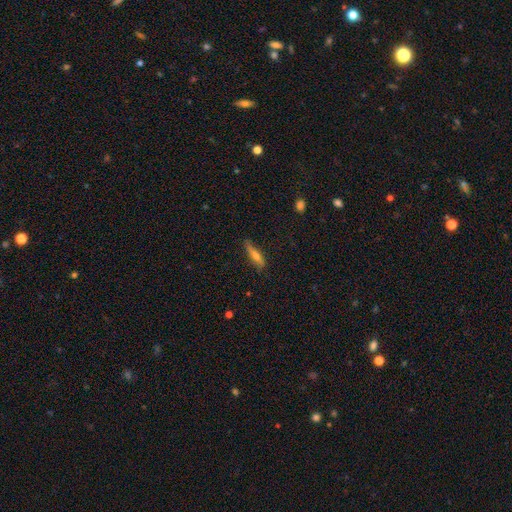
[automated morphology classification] Smooth or featured? smooth (51%)
How rounded? cigar-shaped (77%)
Merging? none (77%)